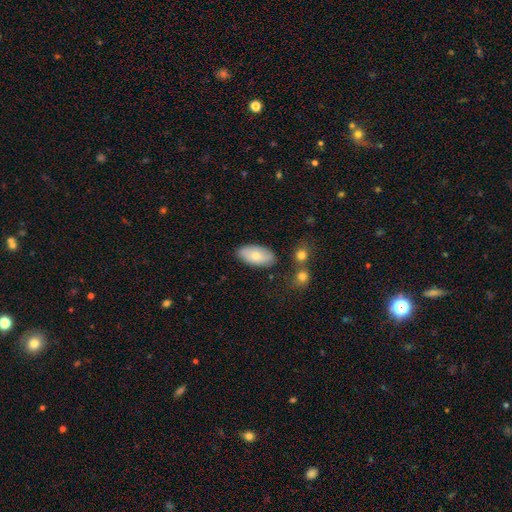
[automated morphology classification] The model was most divided on "smooth or featured": smooth: 72%, featured or disk: 22%, star or artifact: 6%. More confident: how rounded — in between (93%); merging — none (78%).